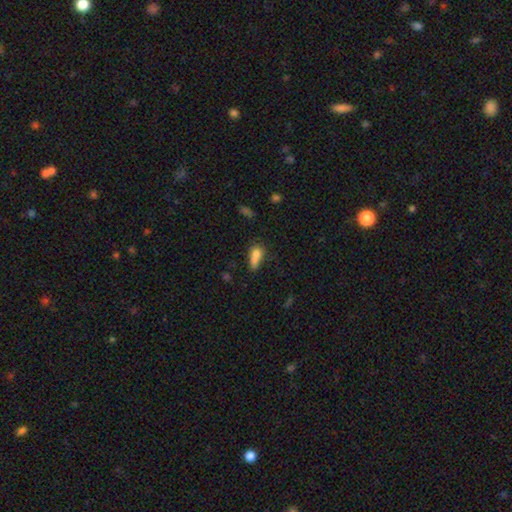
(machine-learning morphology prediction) Q: Smooth or featured?
A: smooth (75%); runner-up: featured or disk (13%)
Q: How rounded?
A: in between (67%); runner-up: cigar-shaped (21%)
Q: Merging?
A: none (31%); runner-up: merger (27%)